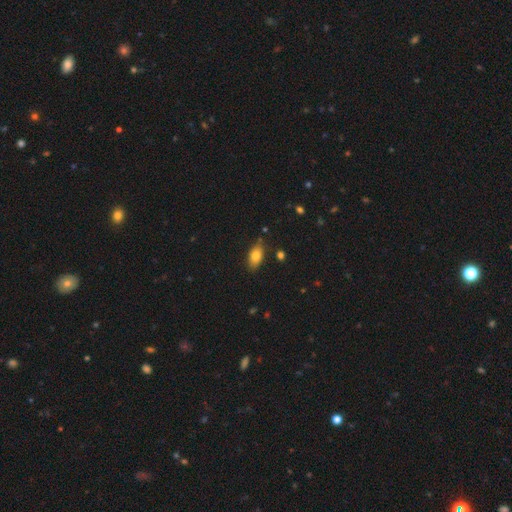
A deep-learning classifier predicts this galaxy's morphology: Smooth or featured: smooth — 79% (featured or disk — 12%)
How rounded: in between — 89% (round — 6%)
Merging: none — 82% (minor disturbance — 13%)